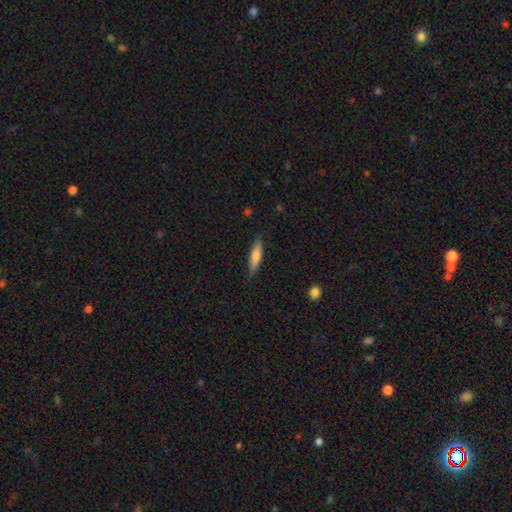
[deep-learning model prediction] A smooth galaxy with no disk features (74%) that is cigar-shaped (69%).

Vote fractions:
- Smooth or featured? smooth: 74% / featured or disk: 20% / star or artifact: 6%
- How rounded? cigar-shaped: 69% / in between: 29% / round: 2%
- Merging? none: 84% / minor disturbance: 12% / major disturbance: 2% / merger: 1%